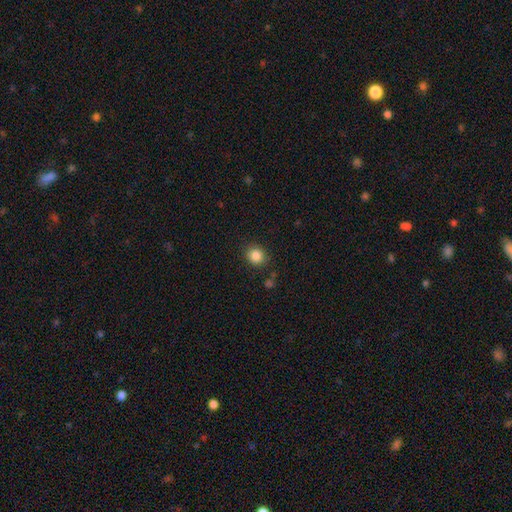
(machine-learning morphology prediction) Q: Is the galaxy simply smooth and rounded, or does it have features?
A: smooth — 85%.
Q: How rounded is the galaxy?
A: round — 82%.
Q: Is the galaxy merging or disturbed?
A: none — 86%.